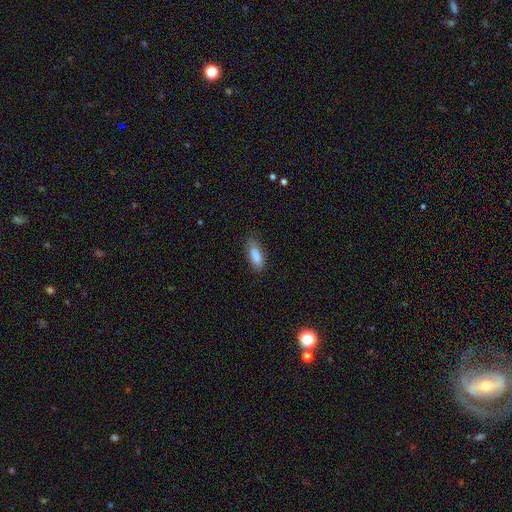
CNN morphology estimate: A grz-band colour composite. It shows a smooth galaxy with no disk features (86%) that is in between round and cigar-shaped (67%). Merging: none (79%).